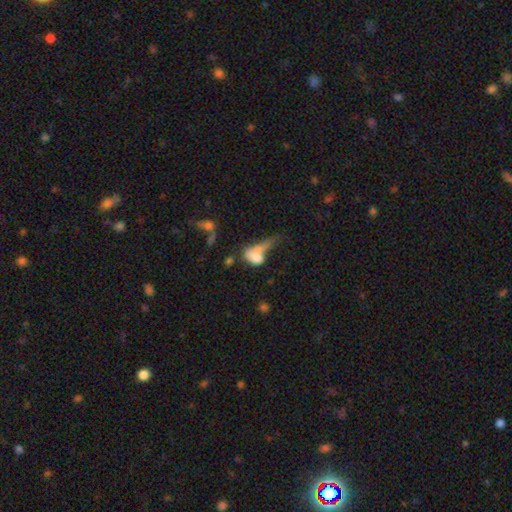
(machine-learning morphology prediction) Smooth or featured? Predicted: smooth (p=0.65). How rounded? Predicted: in between (p=0.67). Merging? Predicted: major disturbance (p=0.39).